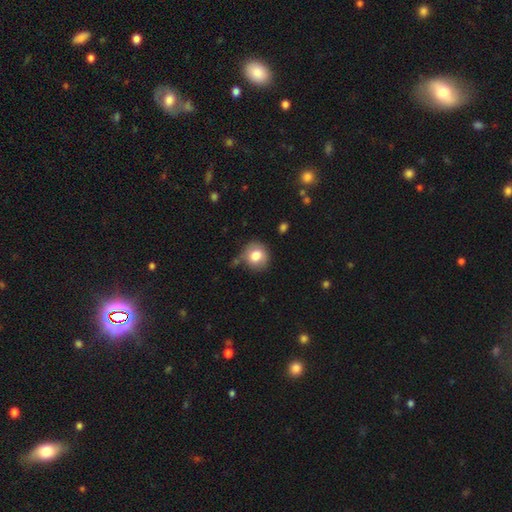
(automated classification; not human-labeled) This appears to be a smooth galaxy with no disk features (79%) that is round (87%). Merging: none (66%).